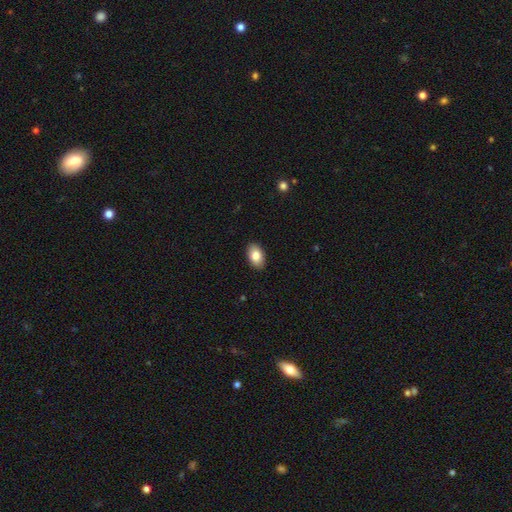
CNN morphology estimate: Q: Smooth or featured?
A: smooth (83%); runner-up: featured or disk (10%)
Q: How rounded?
A: in between (91%); runner-up: round (8%)
Q: Merging?
A: none (90%); runner-up: minor disturbance (7%)